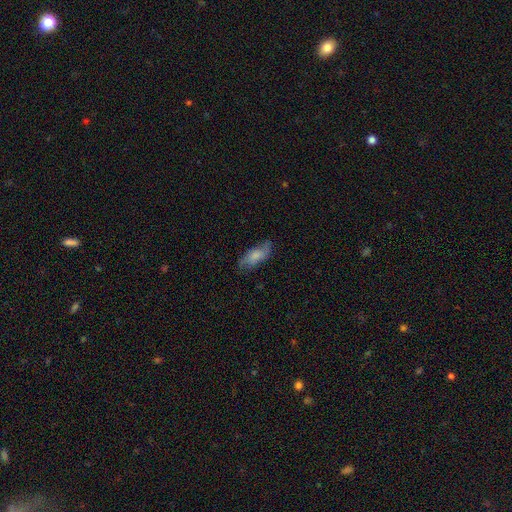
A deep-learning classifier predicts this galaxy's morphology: smooth 59%, featured or disk 34%, star or artifact 7%. Down the decision tree: how rounded — in between (77%); merging — none (68%).